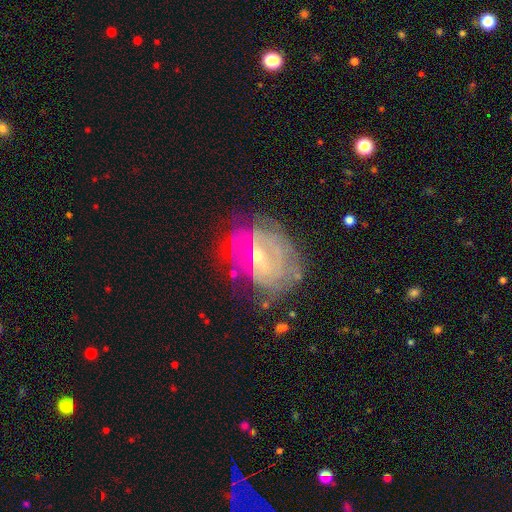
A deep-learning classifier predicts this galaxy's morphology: smooth-or-featured: featured or disk: 72% | smooth: 17% | star or artifact: 10%
  disk-edge-on: no: 95% | yes: 5%
    bar: weak: 46% | no: 33% | strong: 21%
    has-spiral-arms: yes: 64% | no: 36%
    bulge-size: small: 62% | moderate: 32% | none: 4% | large: 2% | dominant: 1%
  merging: none: 56% | minor disturbance: 24% | major disturbance: 17% | merger: 3%